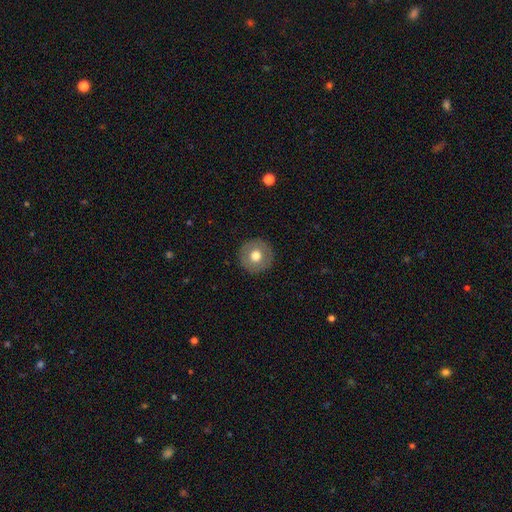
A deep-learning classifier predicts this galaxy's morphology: smooth_or_featured: smooth (p=0.67) [alt: featured or disk p=0.25]
how_rounded: round (p=0.96) [alt: in between p=0.03]
merging: none (p=0.91) [alt: minor disturbance p=0.06]